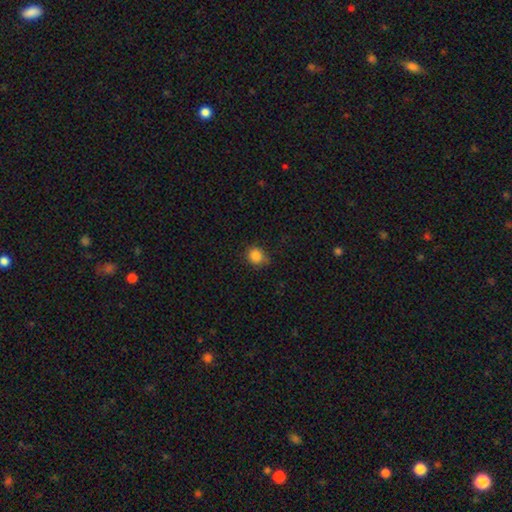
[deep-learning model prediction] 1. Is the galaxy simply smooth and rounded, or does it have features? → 86% smooth, 11% star or artifact, 4% featured or disk.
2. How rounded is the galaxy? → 75% round, 24% in between, 1% cigar-shaped.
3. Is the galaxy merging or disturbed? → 73% none, 21% minor disturbance, 4% major disturbance, 1% merger.